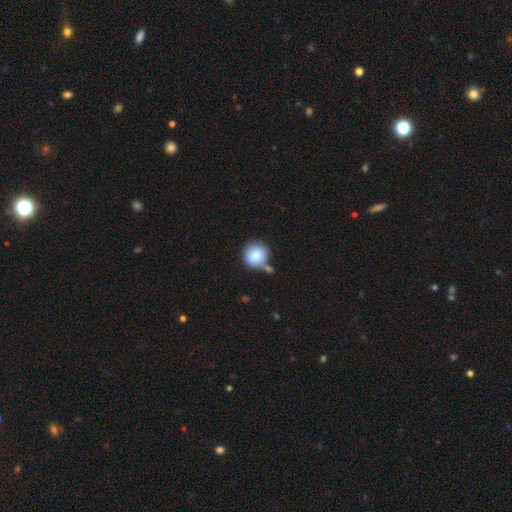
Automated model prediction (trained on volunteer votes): This appears to be a smooth galaxy with no disk features (85%) that is round (93%). Merging: none (62%).